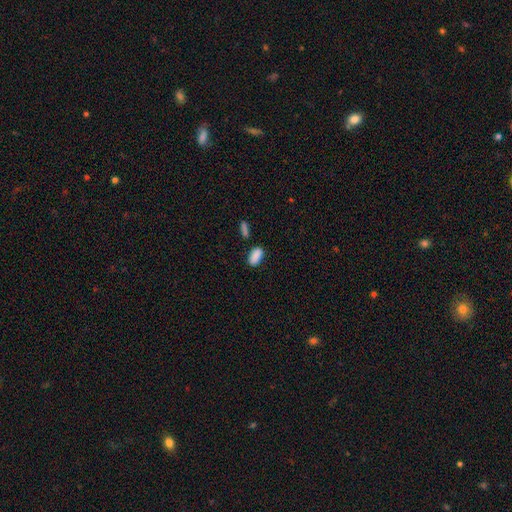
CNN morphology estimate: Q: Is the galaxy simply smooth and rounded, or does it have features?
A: smooth — 88%.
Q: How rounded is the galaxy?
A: in between — 93%.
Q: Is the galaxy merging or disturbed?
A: none — 77%.